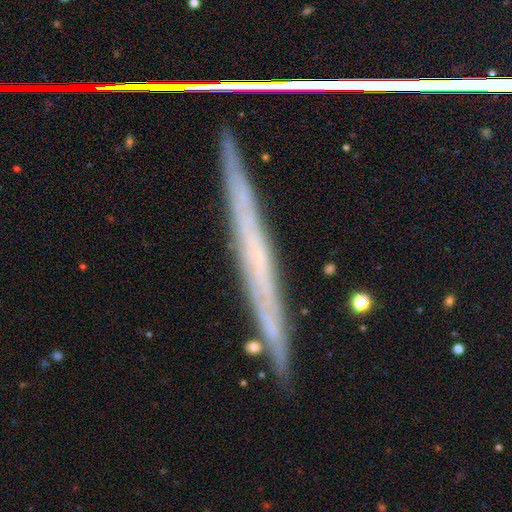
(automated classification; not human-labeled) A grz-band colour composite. It shows a featured or disk galaxy (54%) viewed edge-on (95%) with no central bulge (86%). Merging: none (86%).